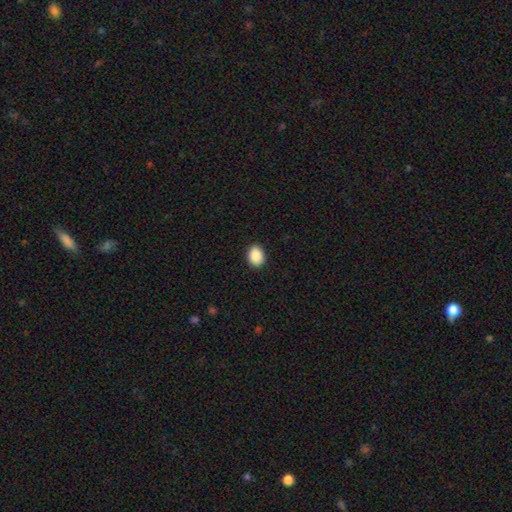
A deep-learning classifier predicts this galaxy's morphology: This appears to be a smooth galaxy with no disk features (90%) that is in between round and cigar-shaped (64%). Merging: none (91%).